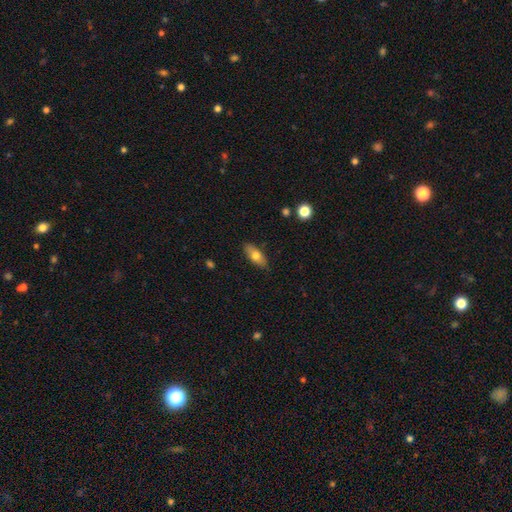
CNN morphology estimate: This appears to be a smooth galaxy with no disk features (70%) that is in between round and cigar-shaped (79%). Merging: none (85%).